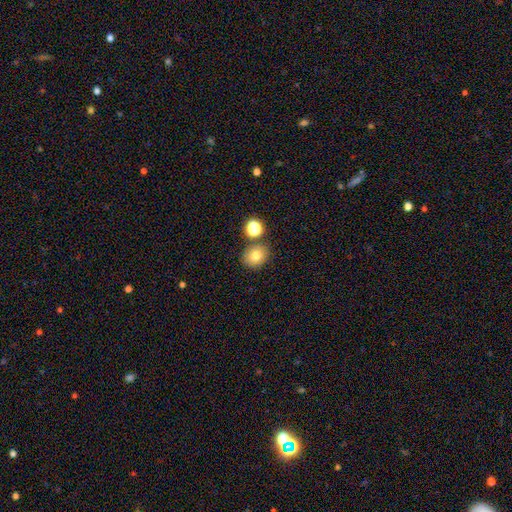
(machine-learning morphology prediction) Smooth or featured? Predicted: smooth (p=0.77). How rounded? Predicted: round (p=0.64). Merging? Predicted: none (p=0.76).